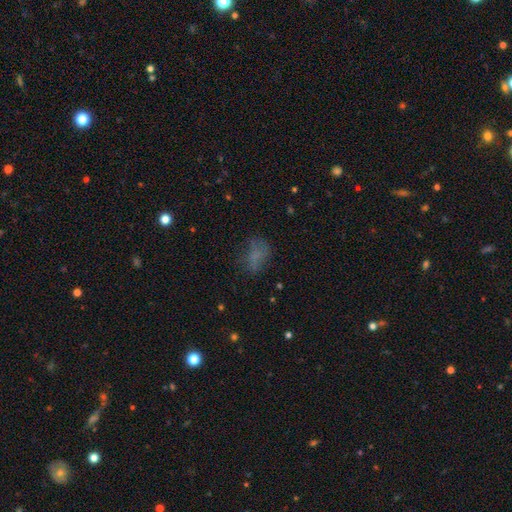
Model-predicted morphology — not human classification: Q: Smooth or featured?
A: smooth (61%); runner-up: featured or disk (20%)
Q: How rounded?
A: in between (76%); runner-up: round (21%)
Q: Merging?
A: none (52%); runner-up: minor disturbance (23%)